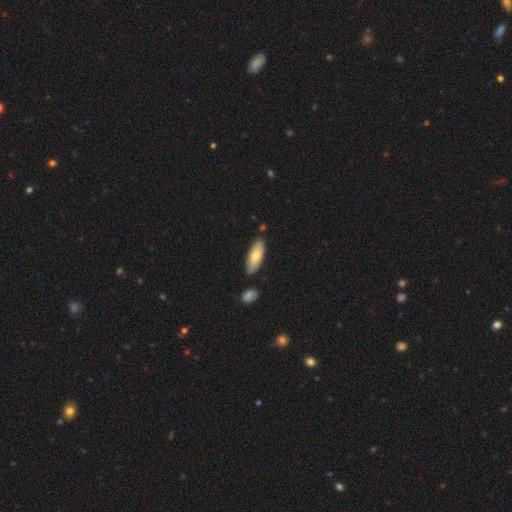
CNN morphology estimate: This is likely a smooth galaxy (71%). How rounded: likely in between (72%). Merging: likely none (79%).